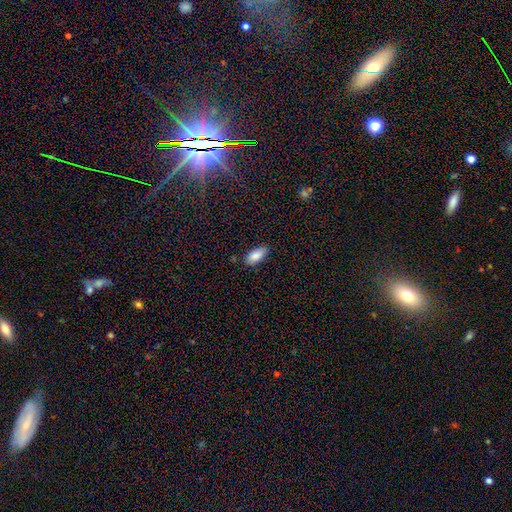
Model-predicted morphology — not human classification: Smooth or featured: smooth — 86% (featured or disk — 7%)
How rounded: in between — 89% (cigar-shaped — 9%)
Merging: none — 82% (minor disturbance — 14%)